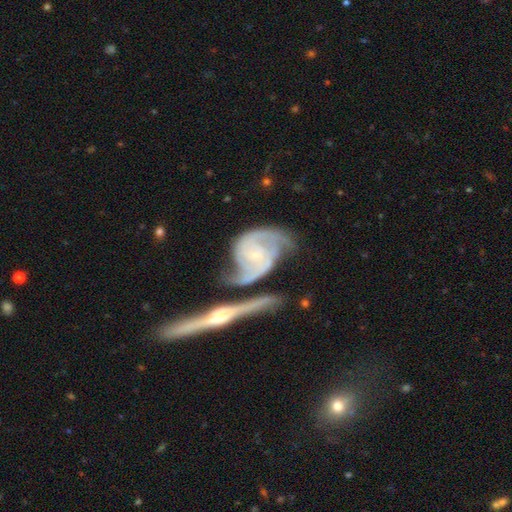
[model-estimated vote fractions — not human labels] featured or disk 90%, smooth 6%, star or artifact 4%. Down the decision tree: edge-on disk — no (95%); bar — no (62%); spiral arms — yes (97%); spiral arm count — 2 (83%); spiral winding — medium (47%); bulge size — small (77%); merging — none (44%).